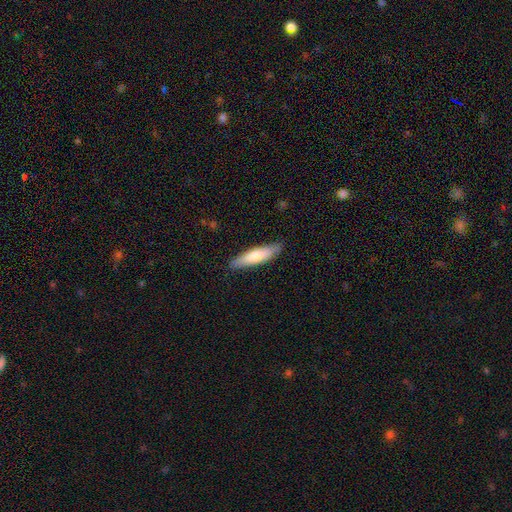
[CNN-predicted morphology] smooth_or_featured: smooth (p=0.76) [alt: featured or disk p=0.19]
how_rounded: cigar-shaped (p=0.73) [alt: in between p=0.26]
merging: none (p=0.86) [alt: minor disturbance p=0.11]